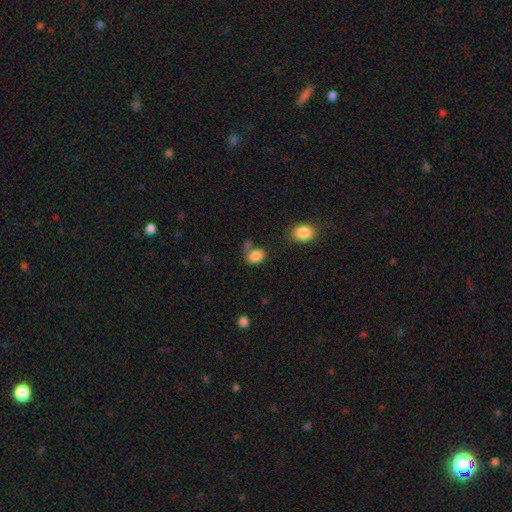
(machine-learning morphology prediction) smooth 85%, star or artifact 10%, featured or disk 5%. Down the decision tree: how rounded — in between (66%); merging — none (57%).